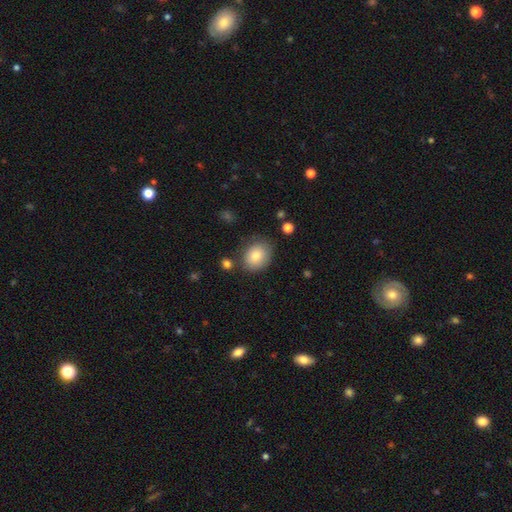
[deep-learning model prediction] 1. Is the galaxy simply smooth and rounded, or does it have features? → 82% smooth, 10% featured or disk, 8% star or artifact.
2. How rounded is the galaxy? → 53% round, 47% in between, 1% cigar-shaped.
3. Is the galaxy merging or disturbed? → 77% none, 15% minor disturbance, 4% major disturbance, 3% merger.